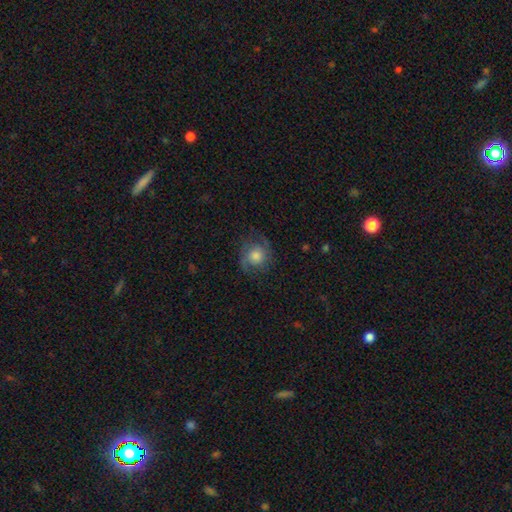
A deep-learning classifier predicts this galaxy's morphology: Smooth or featured: featured or disk — 58% (smooth — 33%)
Edge-on disk: no — 97% (yes — 3%)
Bar: no — 78% (weak — 19%)
Spiral arms: yes — 90% (no — 10%)
Spiral winding: medium — 47% (tight — 30%)
Spiral arm count: 2 — 76% (can't tell — 10%)
Bulge size: moderate — 49% (large — 29%)
Merging: none — 73% (minor disturbance — 17%)